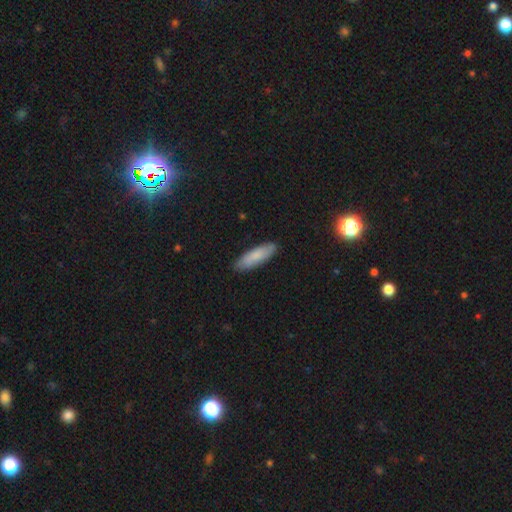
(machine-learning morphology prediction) smooth 82%, featured or disk 12%, star or artifact 6%. Down the decision tree: how rounded — cigar-shaped (52%); merging — none (87%).